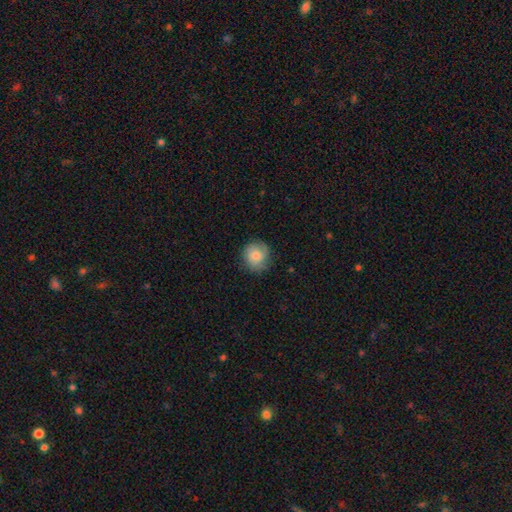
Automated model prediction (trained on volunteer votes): smooth_or_featured: smooth (p=0.77) [alt: featured or disk p=0.16]
how_rounded: round (p=0.89) [alt: in between p=0.10]
merging: none (p=0.78) [alt: minor disturbance p=0.17]